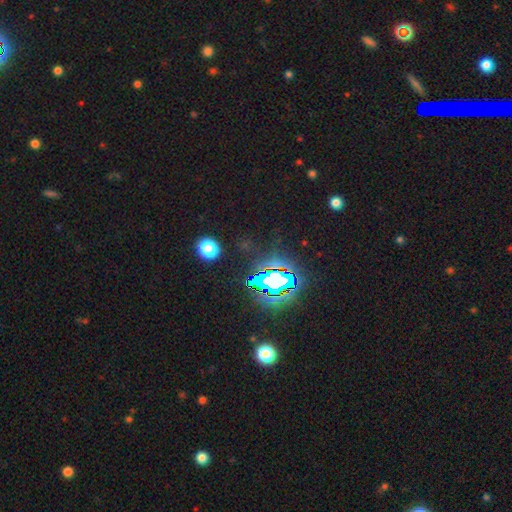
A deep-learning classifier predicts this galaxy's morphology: Smooth or featured? Predicted: star or artifact (p=0.84).